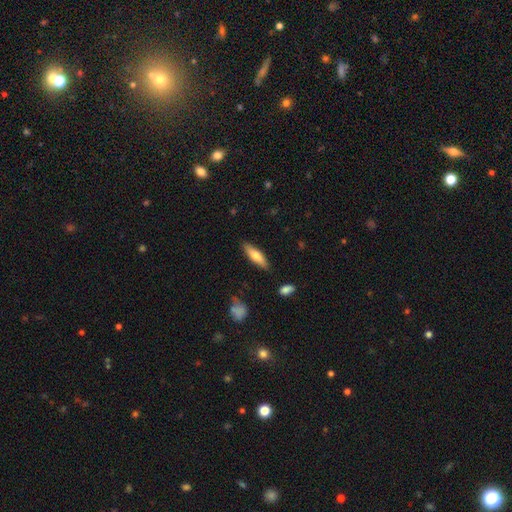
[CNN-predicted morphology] smooth 65%, featured or disk 29%, star or artifact 6%. Down the decision tree: how rounded — cigar-shaped (61%); merging — none (85%).